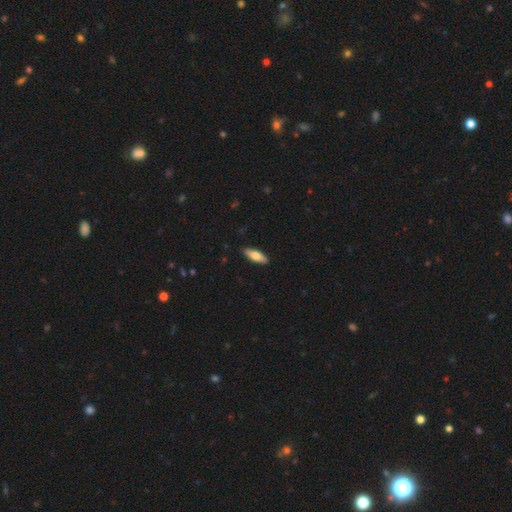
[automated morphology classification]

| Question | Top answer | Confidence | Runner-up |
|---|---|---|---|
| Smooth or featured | smooth | 70% | featured or disk (24%) |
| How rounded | in between | 63% | cigar-shaped (35%) |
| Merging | none | 90% | minor disturbance (8%) |